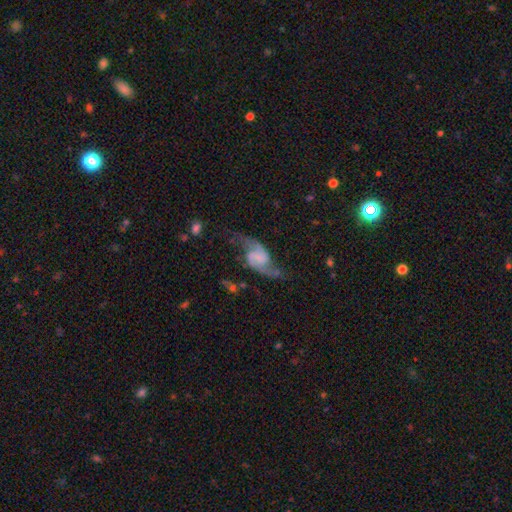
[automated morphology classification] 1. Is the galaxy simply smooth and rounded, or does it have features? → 86% featured or disk, 8% smooth, 6% star or artifact.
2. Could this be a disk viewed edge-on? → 96% no, 4% yes.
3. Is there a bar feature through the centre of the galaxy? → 44% no, 39% weak, 16% strong.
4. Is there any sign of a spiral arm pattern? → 96% yes, 4% no.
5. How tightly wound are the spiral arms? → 70% loose, 25% medium, 5% tight.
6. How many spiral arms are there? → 93% 2, 2% can't tell, 2% 1, 1% 3, 1% 4, 1% more than 4.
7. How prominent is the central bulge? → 56% none, 24% small, 11% moderate, 7% large, 2% dominant.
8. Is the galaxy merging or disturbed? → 65% none, 18% minor disturbance, 14% major disturbance, 3% merger.